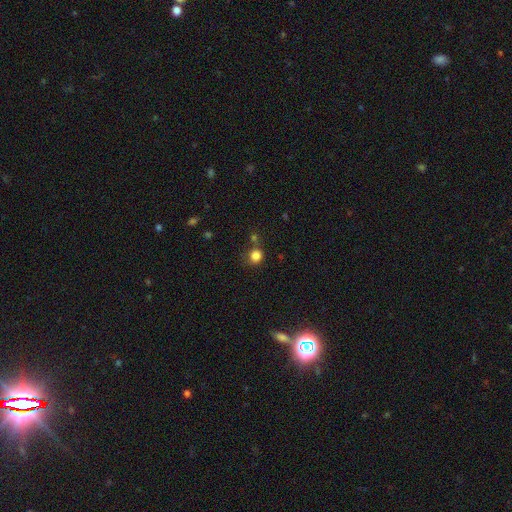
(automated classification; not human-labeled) smooth-or-featured: smooth: 82% | star or artifact: 13% | featured or disk: 5%
  how-rounded: round: 81% | in between: 18% | cigar-shaped: 1%
  merging: none: 62% | minor disturbance: 16% | merger: 15% | major disturbance: 7%